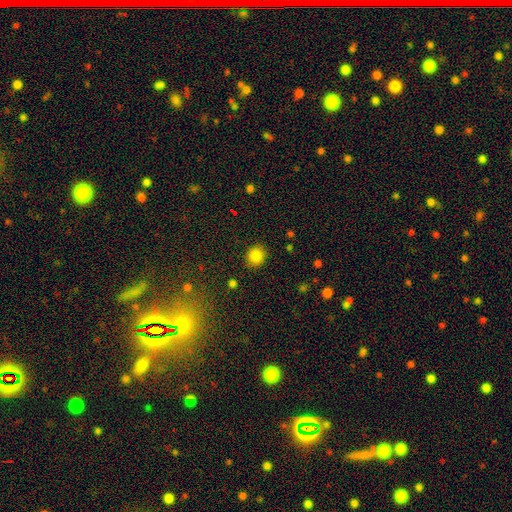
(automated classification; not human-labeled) Smooth or featured? Predicted: smooth (p=0.85). How rounded? Predicted: round (p=0.77). Merging? Predicted: none (p=0.88).